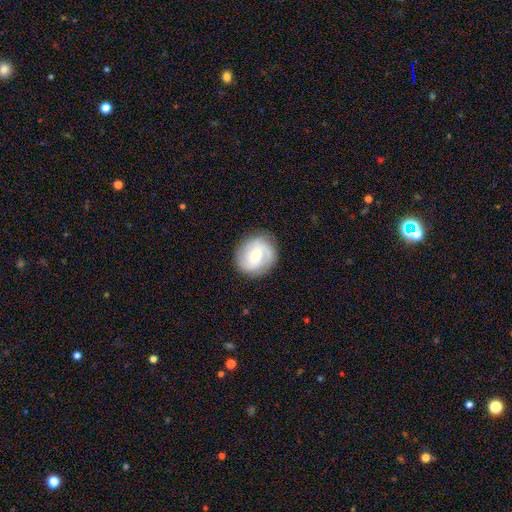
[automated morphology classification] smooth_or_featured: featured or disk (p=0.60) [alt: smooth p=0.33]
disk_edge_on: no (p=0.97) [alt: yes p=0.03]
bar: weak (p=0.44) [alt: no p=0.37]
has_spiral_arms: yes (p=0.82) [alt: no p=0.18]
bulge_size: moderate (p=0.55) [alt: small p=0.40]
merging: none (p=0.81) [alt: minor disturbance p=0.14]